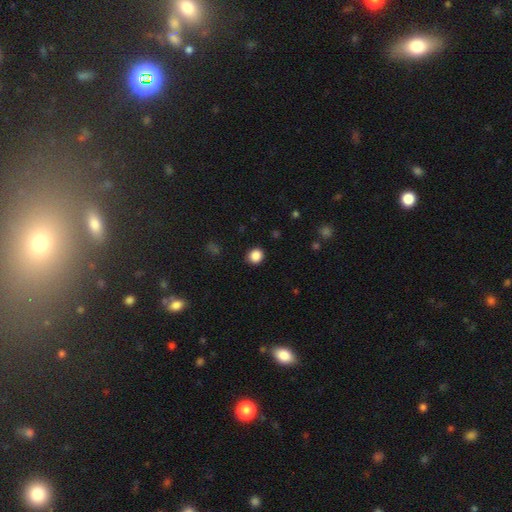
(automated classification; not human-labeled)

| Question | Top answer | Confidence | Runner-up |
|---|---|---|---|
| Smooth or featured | smooth | 86% | star or artifact (10%) |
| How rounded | round | 81% | in between (18%) |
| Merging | none | 90% | minor disturbance (7%) |